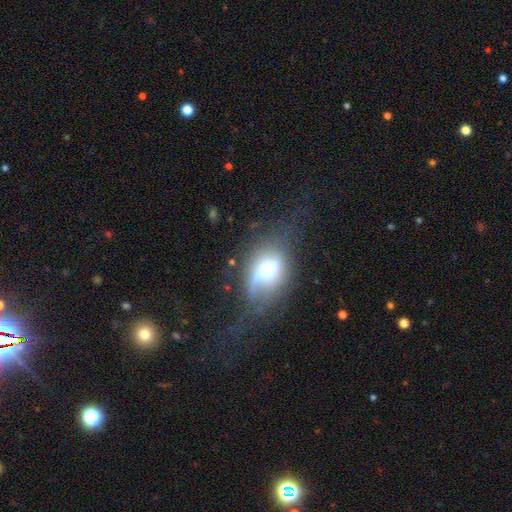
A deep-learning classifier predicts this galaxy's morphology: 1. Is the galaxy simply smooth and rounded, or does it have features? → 48% featured or disk, 37% smooth, 16% star or artifact.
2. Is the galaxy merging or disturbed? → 40% none, 31% major disturbance, 25% minor disturbance, 3% merger.